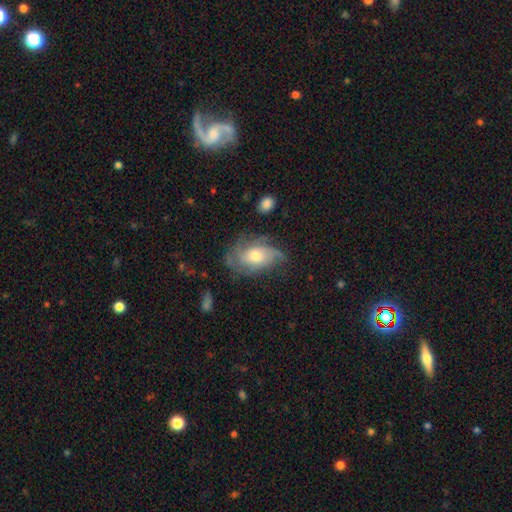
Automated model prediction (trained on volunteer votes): This is likely a featured or disk galaxy (71%). It is clearly not viewed edge-on (95%). Bar: likely no (75%). Spiral arm pattern: clearly yes (89%). Spiral arm count: marginally can't tell (33%). Spiral winding: marginally medium (41%). Central bulge: likely moderate (63%). Merging: likely none (60%).